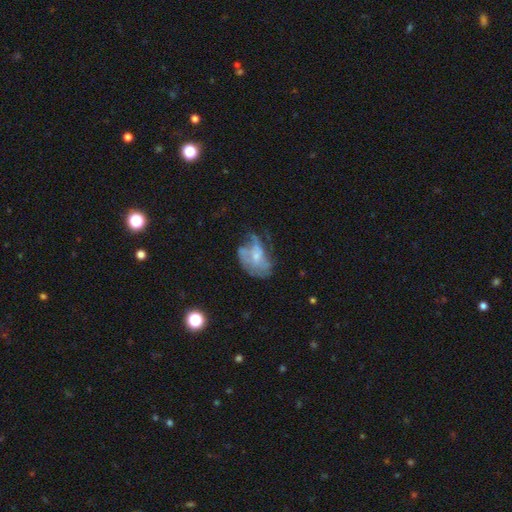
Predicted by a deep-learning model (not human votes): Smooth or featured?
  - featured or disk: 61% *
  - smooth: 29%
  - star or artifact: 9%
Edge-on disk?
  - no: 97% *
  - yes: 3%
Bar?
  - no: 74% *
  - weak: 22%
  - strong: 4%
Spiral arms?
  - yes: 51% *
  - no: 49%
Bulge size?
  - small: 55% *
  - moderate: 32%
  - none: 10%
  - large: 2%
  - dominant: 1%
Merging?
  - major disturbance: 36% *
  - none: 34%
  - minor disturbance: 26%
  - merger: 4%